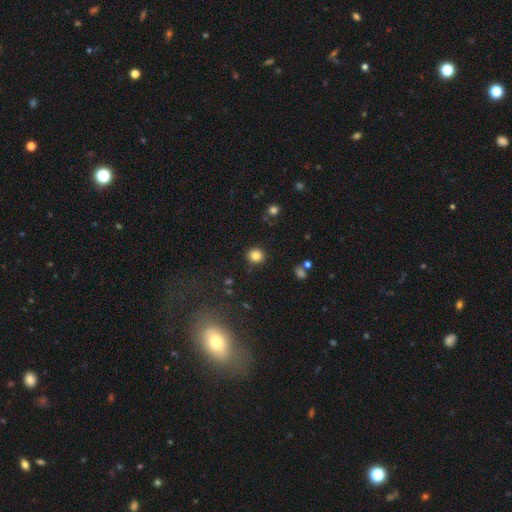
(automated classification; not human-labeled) Overall: smooth (83%). How rounded: round (90%). Merging: none (90%).